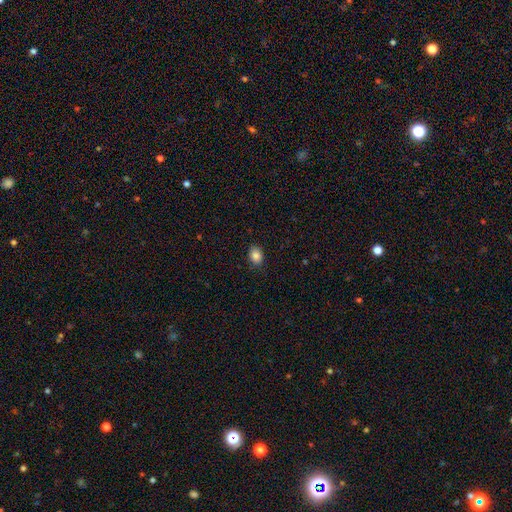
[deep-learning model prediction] Overall: smooth (85%). How rounded: in between (73%). Merging: none (86%).